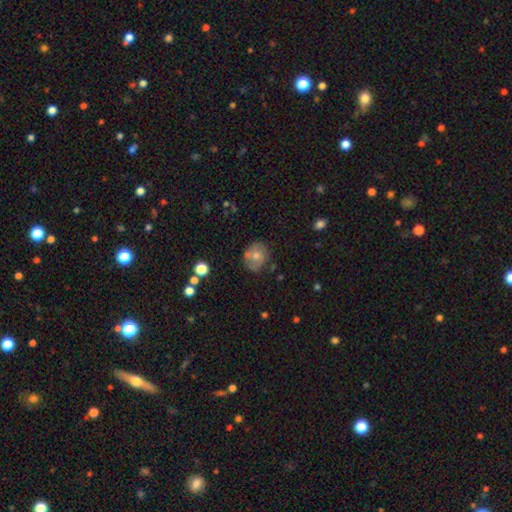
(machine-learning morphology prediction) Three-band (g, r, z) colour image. It shows a smooth galaxy with no disk features (58%) that is round (63%). Merging: none (66%).